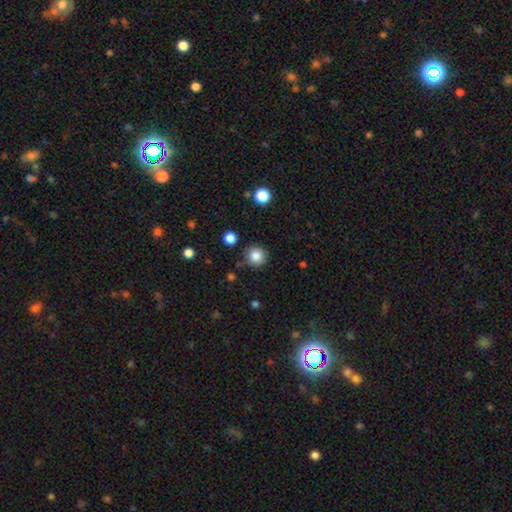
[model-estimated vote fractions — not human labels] Smooth or featured?
  - smooth: 86% *
  - star or artifact: 10%
  - featured or disk: 4%
How rounded?
  - round: 94% *
  - in between: 5%
  - cigar-shaped: 1%
Merging?
  - none: 85% *
  - minor disturbance: 9%
  - merger: 3%
  - major disturbance: 3%